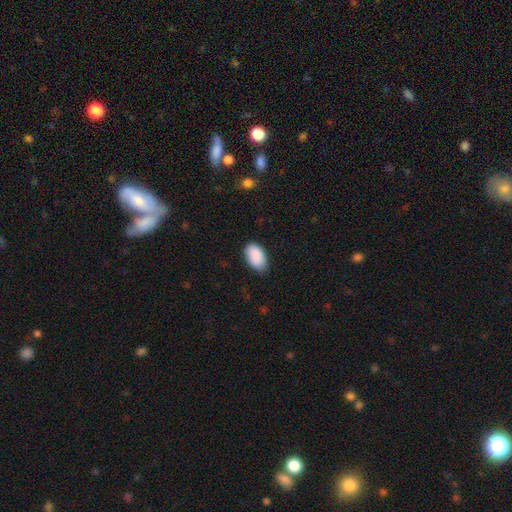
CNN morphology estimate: Q: Smooth or featured?
A: smooth (90%); runner-up: star or artifact (6%)
Q: How rounded?
A: in between (95%); runner-up: round (4%)
Q: Merging?
A: none (80%); runner-up: minor disturbance (17%)